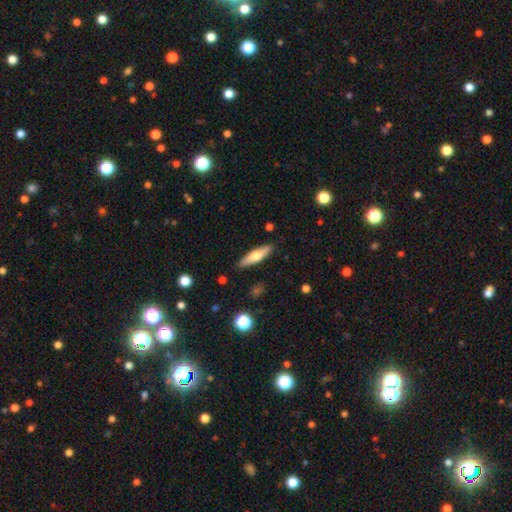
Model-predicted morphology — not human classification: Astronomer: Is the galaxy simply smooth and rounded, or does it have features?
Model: smooth — 59% (runner-up: featured or disk, 35%).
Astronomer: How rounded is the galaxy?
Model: cigar-shaped — 68%.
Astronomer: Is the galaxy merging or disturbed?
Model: none — 88%.